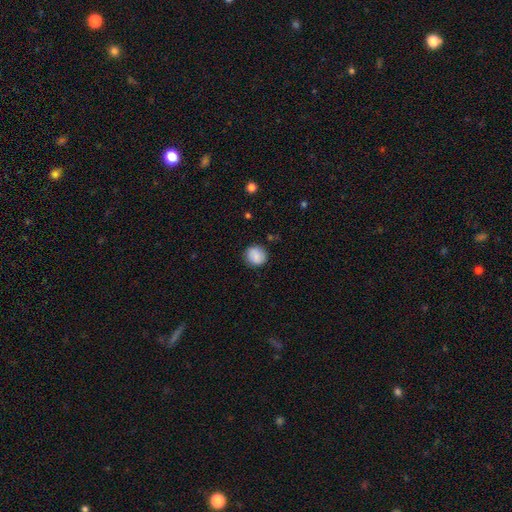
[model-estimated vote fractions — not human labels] smooth-or-featured: smooth: 83% | featured or disk: 9% | star or artifact: 8%
  how-rounded: round: 87% | in between: 12% | cigar-shaped: 1%
  merging: none: 86% | minor disturbance: 10% | major disturbance: 3% | merger: 1%